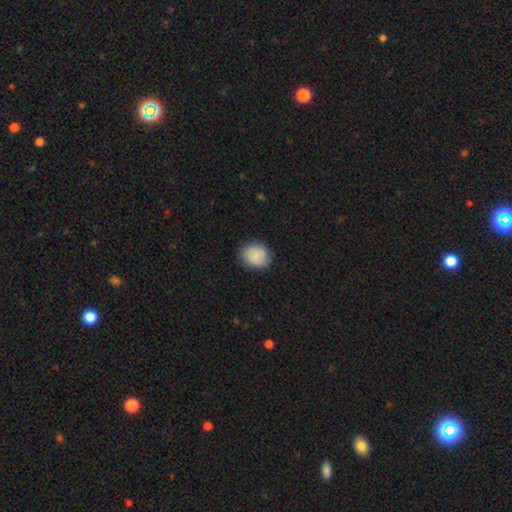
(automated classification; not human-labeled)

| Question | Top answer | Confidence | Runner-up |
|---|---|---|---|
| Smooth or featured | smooth | 88% | star or artifact (7%) |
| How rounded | round | 71% | in between (28%) |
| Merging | none | 86% | minor disturbance (11%) |